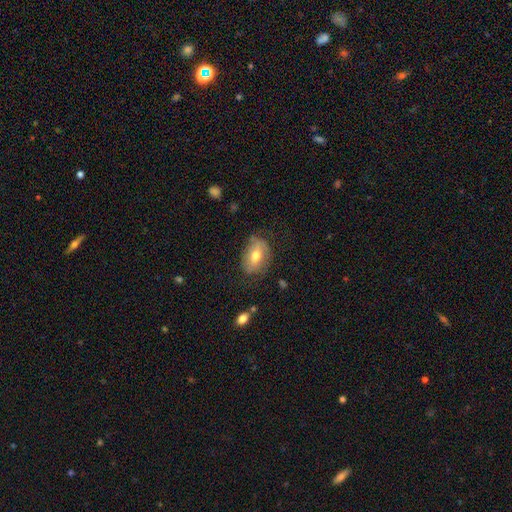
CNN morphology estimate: Smooth or featured? smooth (64%)
How rounded? in between (82%)
Merging? none (67%)